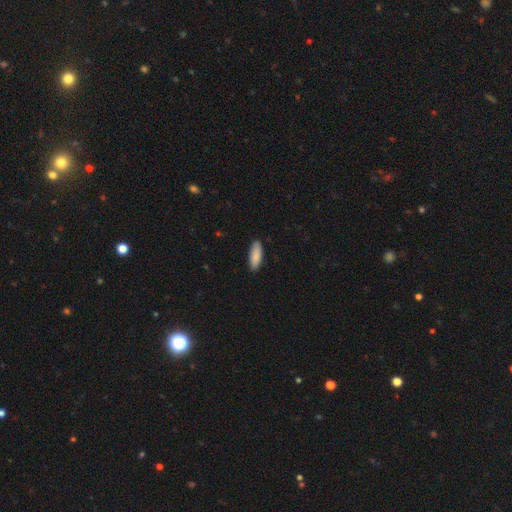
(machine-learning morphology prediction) This is clearly a smooth galaxy (88%). How rounded: likely in between (62%). Merging: clearly none (87%).